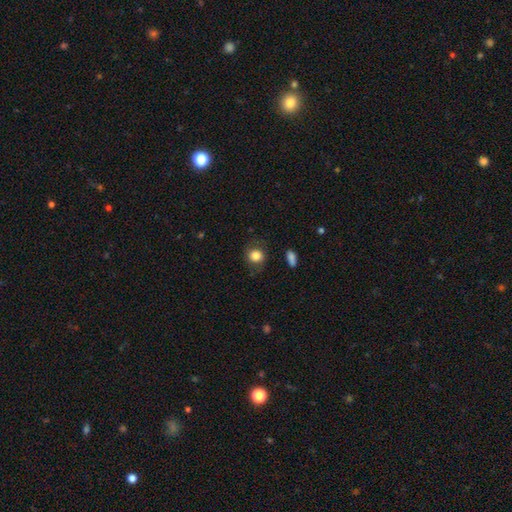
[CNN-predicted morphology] type=smooth (82%); roundness=round (73%); merging=none (72%).